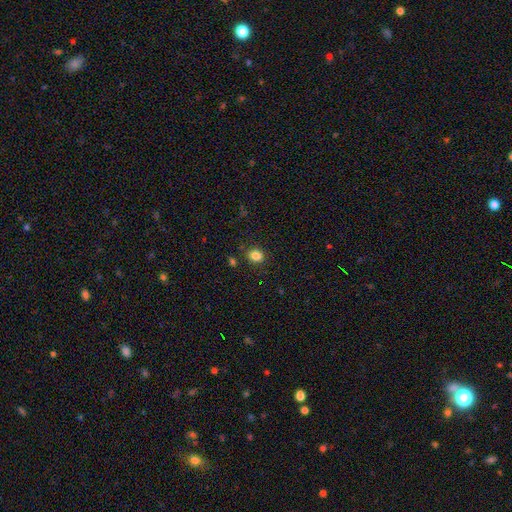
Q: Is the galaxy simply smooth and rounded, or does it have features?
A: smooth — 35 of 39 (90%).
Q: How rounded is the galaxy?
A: round — 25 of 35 (71%).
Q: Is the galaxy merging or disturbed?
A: none — 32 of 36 (89%).